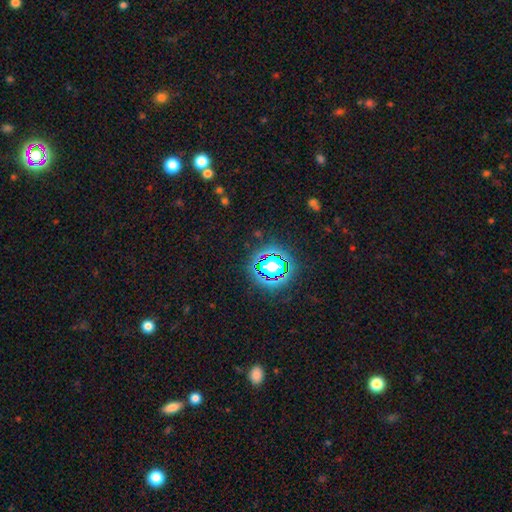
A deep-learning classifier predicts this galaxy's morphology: Smooth or featured: star or artifact — 80% (smooth — 13%)